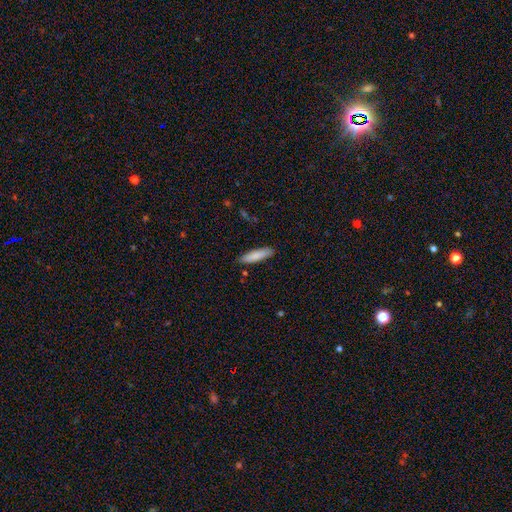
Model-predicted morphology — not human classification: Q: Smooth or featured?
A: smooth (85%); runner-up: featured or disk (9%)
Q: How rounded?
A: cigar-shaped (75%); runner-up: in between (24%)
Q: Merging?
A: none (87%); runner-up: minor disturbance (10%)